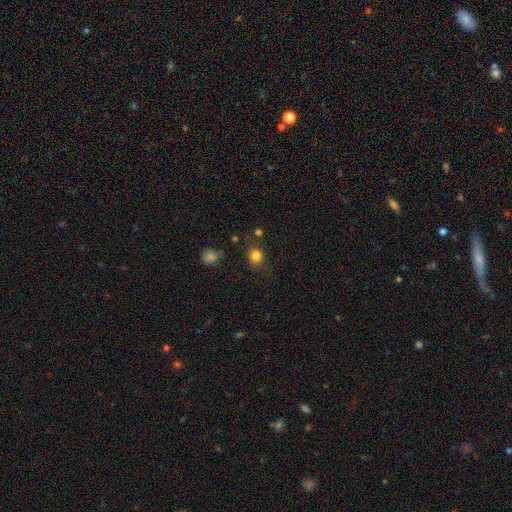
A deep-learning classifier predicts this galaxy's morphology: This appears to be a smooth galaxy with no disk features (82%) that is round (63%). Merging: none (77%).